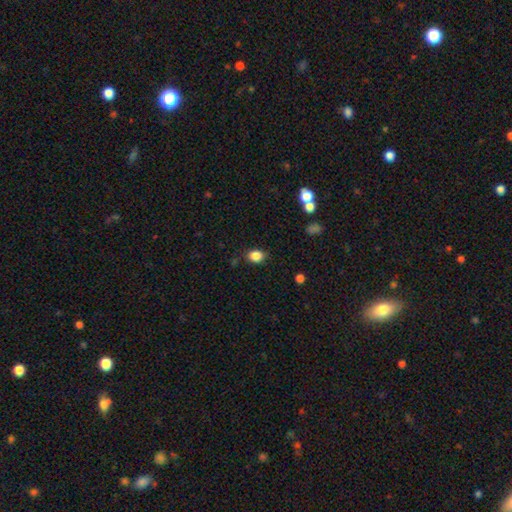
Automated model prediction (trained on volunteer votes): smooth 86%, star or artifact 10%, featured or disk 4%. Down the decision tree: how rounded — in between (52%); merging — none (84%).